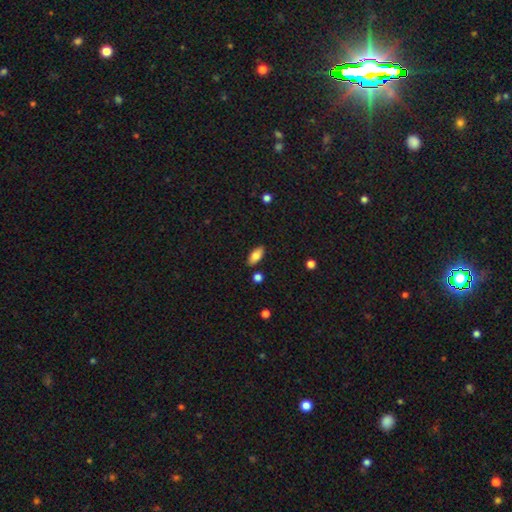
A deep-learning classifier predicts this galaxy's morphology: Smooth or featured: smooth — 81% (featured or disk — 11%)
How rounded: in between — 88% (cigar-shaped — 9%)
Merging: none — 86% (minor disturbance — 9%)